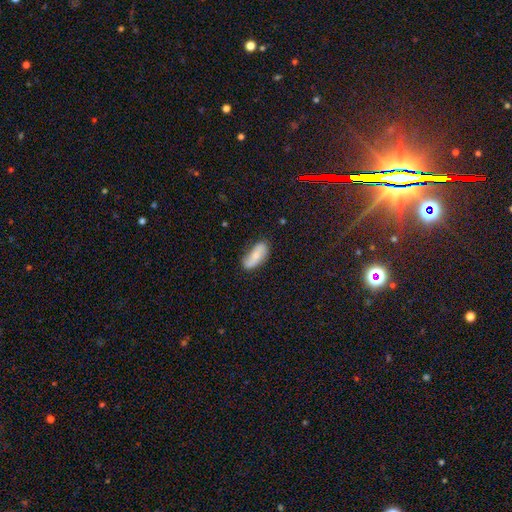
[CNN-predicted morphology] A smooth galaxy with no disk features (64%) that is in between round and cigar-shaped (81%).

Vote fractions:
- Smooth or featured? smooth: 64% / featured or disk: 29% / star or artifact: 7%
- How rounded? in between: 81% / cigar-shaped: 17% / round: 3%
- Merging? none: 70% / minor disturbance: 23% / major disturbance: 5% / merger: 2%